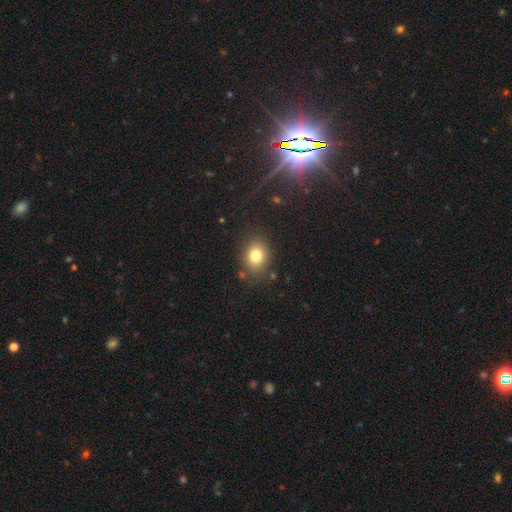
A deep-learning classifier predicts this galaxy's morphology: A smooth galaxy with no disk features (80%) that is in between round and cigar-shaped (51%).

Vote fractions:
- Smooth or featured? smooth: 80% / star or artifact: 11% / featured or disk: 9%
- How rounded? in between: 51% / round: 48% / cigar-shaped: 1%
- Merging? none: 81% / minor disturbance: 12% / major disturbance: 4% / merger: 3%